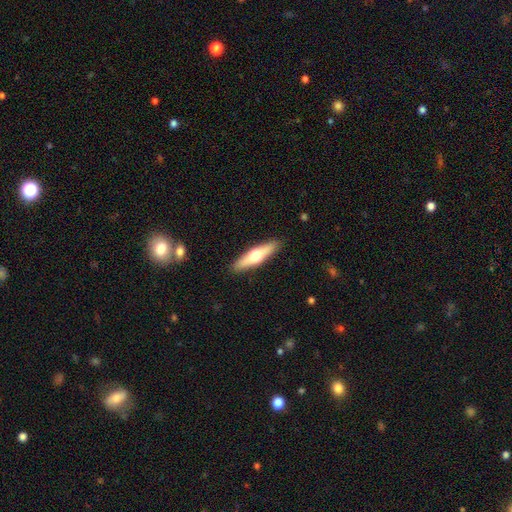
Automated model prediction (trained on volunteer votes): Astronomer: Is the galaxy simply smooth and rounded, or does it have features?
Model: smooth — 48% (runner-up: featured or disk, 47%).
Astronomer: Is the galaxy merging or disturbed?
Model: none — 90%.